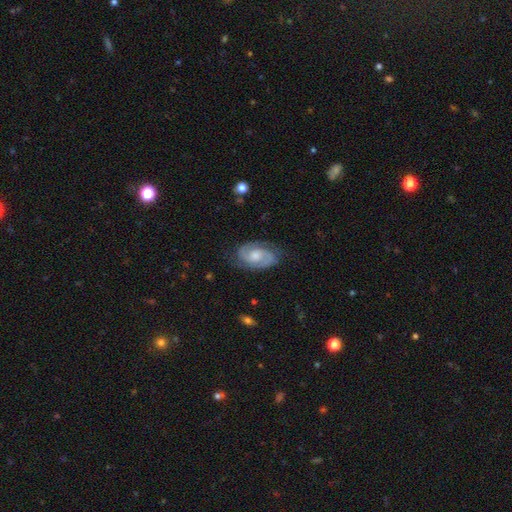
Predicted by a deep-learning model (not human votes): featured or disk 81%, smooth 14%, star or artifact 5%. Down the decision tree: edge-on disk — no (97%); bar — no (58%); spiral arms — yes (96%); spiral arm count — 2 (89%); spiral winding — medium (46%); bulge size — moderate (52%); merging — none (76%).